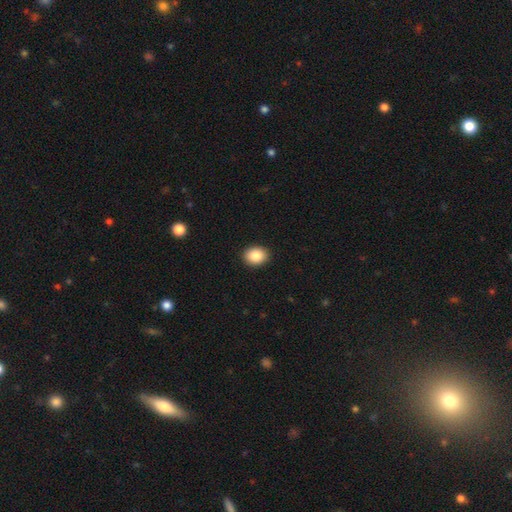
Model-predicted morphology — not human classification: Overall: smooth (86%). How rounded: in between (57%; round 42%). Merging: none (91%).